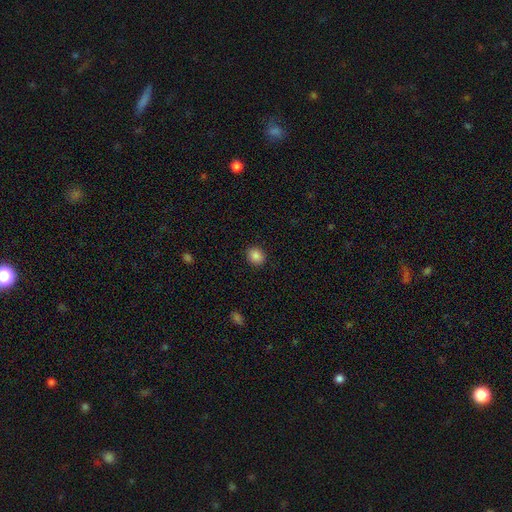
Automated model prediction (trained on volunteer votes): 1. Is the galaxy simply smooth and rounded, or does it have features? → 86% smooth, 10% star or artifact, 4% featured or disk.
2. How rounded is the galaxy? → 68% round, 31% in between, 1% cigar-shaped.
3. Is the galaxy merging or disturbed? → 90% none, 7% minor disturbance, 2% major disturbance, 1% merger.